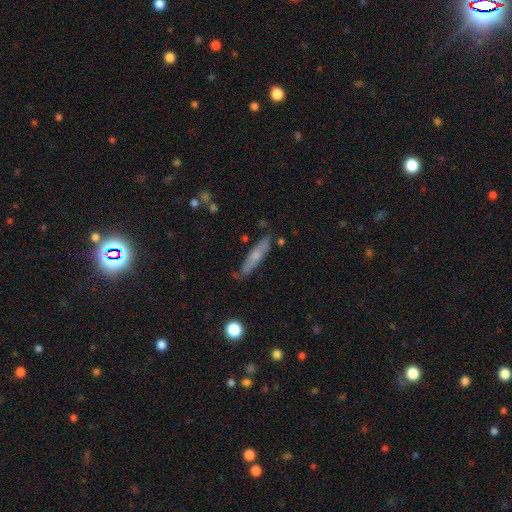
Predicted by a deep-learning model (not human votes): Smooth or featured?
  - smooth: 56% *
  - featured or disk: 37%
  - star or artifact: 7%
How rounded?
  - cigar-shaped: 85% *
  - in between: 13%
  - round: 2%
Merging?
  - none: 74% *
  - minor disturbance: 19%
  - major disturbance: 4%
  - merger: 3%